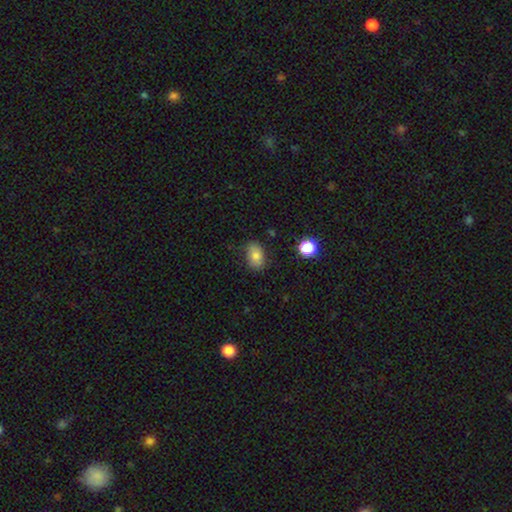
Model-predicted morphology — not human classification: smooth 79%, featured or disk 12%, star or artifact 10%. Down the decision tree: how rounded — in between (82%); merging — none (78%).